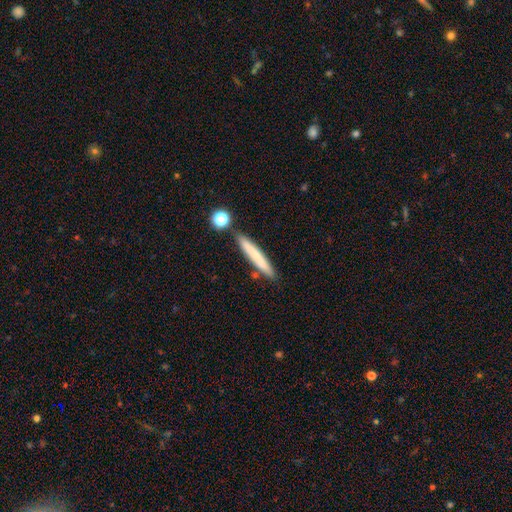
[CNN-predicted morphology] smooth 67%, featured or disk 25%, star or artifact 7%. Down the decision tree: how rounded — cigar-shaped (94%); merging — none (80%).